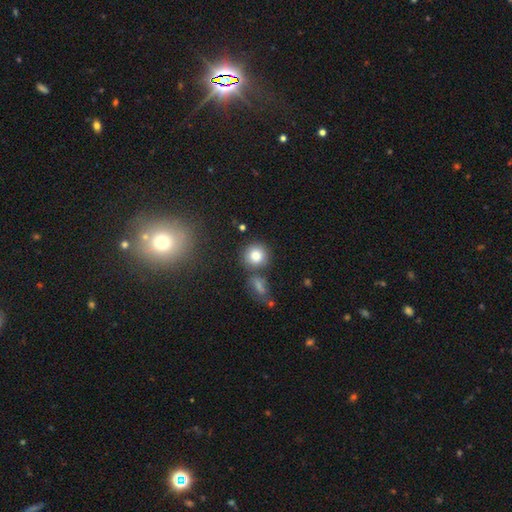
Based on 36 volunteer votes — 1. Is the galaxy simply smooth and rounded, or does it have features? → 83% smooth, 11% featured or disk, 6% star or artifact.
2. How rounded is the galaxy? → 83% round, 17% in between, 0% cigar-shaped.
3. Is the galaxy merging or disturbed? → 65% none, 18% merger, 15% minor disturbance, 3% major disturbance.